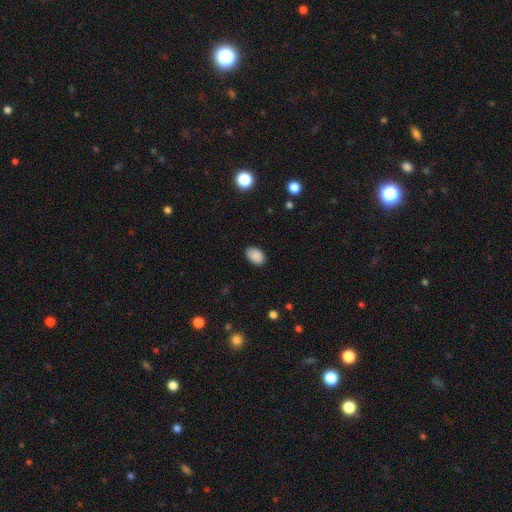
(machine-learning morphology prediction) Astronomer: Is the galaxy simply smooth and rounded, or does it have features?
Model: smooth — 88%.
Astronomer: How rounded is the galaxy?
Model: in between — 85%.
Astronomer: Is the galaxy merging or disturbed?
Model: none — 86%.